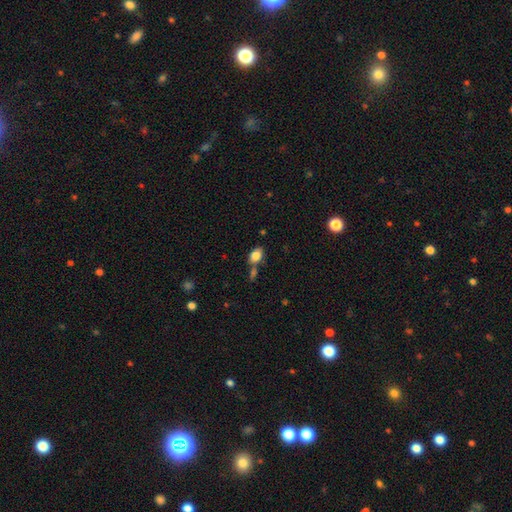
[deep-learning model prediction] Smooth or featured?
  - smooth: 83% *
  - star or artifact: 9%
  - featured or disk: 8%
How rounded?
  - in between: 83% *
  - round: 16%
  - cigar-shaped: 2%
Merging?
  - none: 58% *
  - merger: 21%
  - minor disturbance: 16%
  - major disturbance: 5%